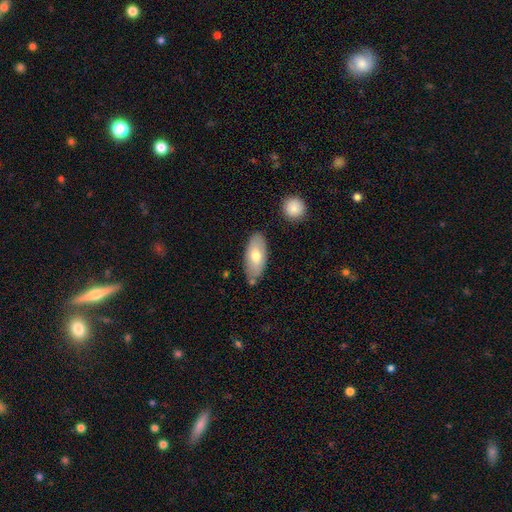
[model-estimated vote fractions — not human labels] Morphology: type=smooth (69%); roundness=in between (89%); merging=none (76%).